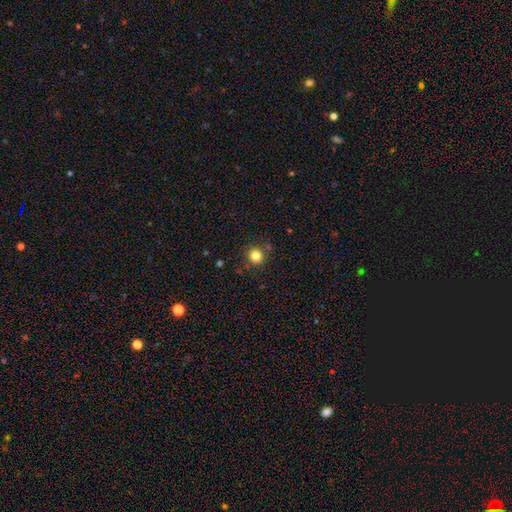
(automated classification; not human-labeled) The model was most divided on "smooth or featured": smooth: 82%, star or artifact: 12%, featured or disk: 5%. More confident: how rounded — round (92%); merging — none (87%).